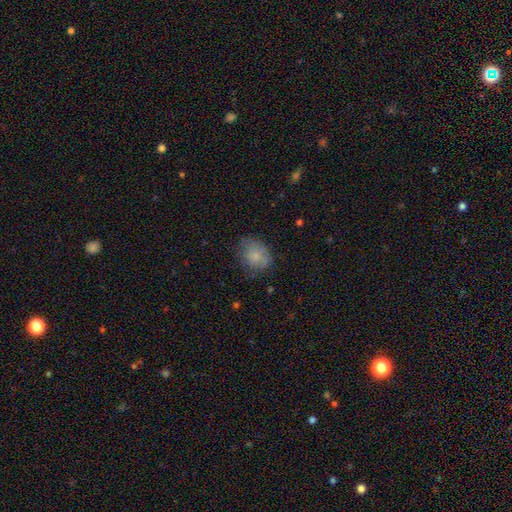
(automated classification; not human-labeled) Overall: smooth (78%). How rounded: in between (55%; round 44%). Merging: none (63%; minor disturbance 26%).